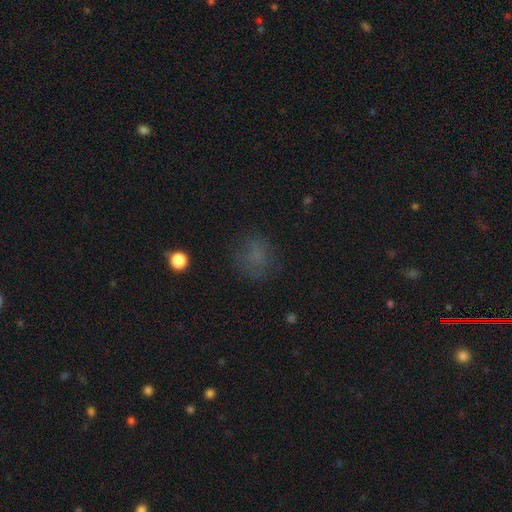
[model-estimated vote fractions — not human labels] smooth_or_featured: smooth (p=0.63) [alt: star or artifact p=0.23]
how_rounded: round (p=0.70) [alt: in between p=0.28]
merging: none (p=0.70) [alt: minor disturbance p=0.17]